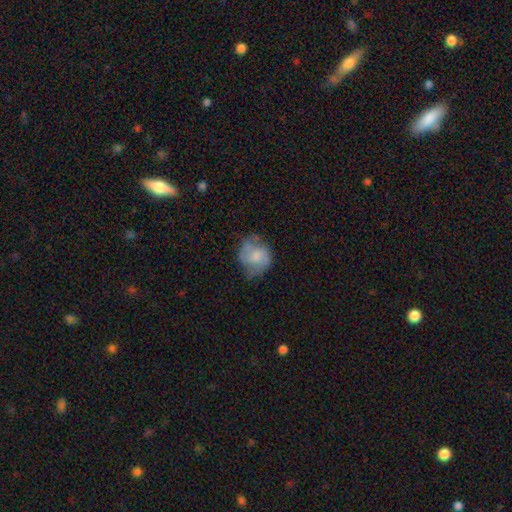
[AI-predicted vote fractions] A featured or disk galaxy (48%).

Vote fractions:
- Smooth or featured? featured or disk: 48% / smooth: 44% / star or artifact: 7%
- Merging? none: 56% / minor disturbance: 29% / major disturbance: 13% / merger: 2%